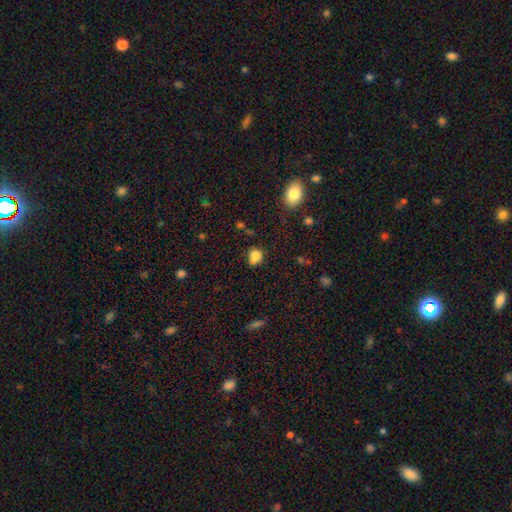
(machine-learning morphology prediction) smooth 81%, star or artifact 12%, featured or disk 7%. Down the decision tree: how rounded — round (65%); merging — none (52%).